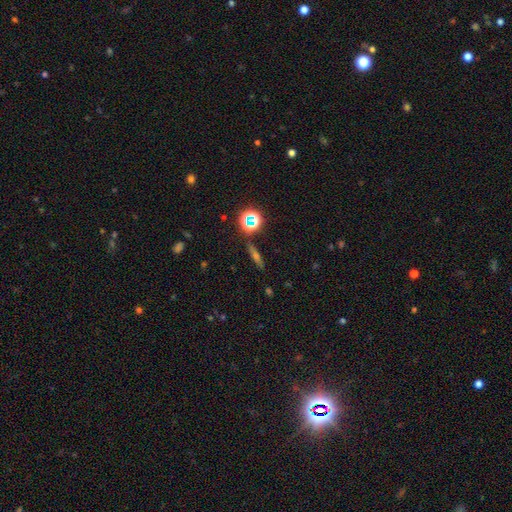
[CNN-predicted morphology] Q: Smooth or featured?
A: featured or disk (39%); runner-up: smooth (33%)
Q: Merging?
A: none (87%); runner-up: minor disturbance (7%)